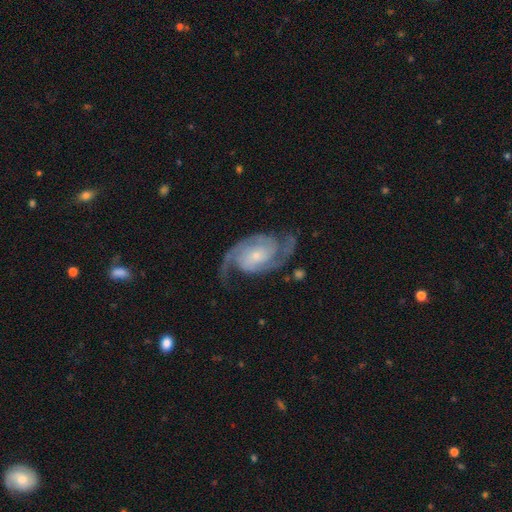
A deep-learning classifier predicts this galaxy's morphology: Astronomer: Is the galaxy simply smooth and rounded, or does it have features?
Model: featured or disk — 92%.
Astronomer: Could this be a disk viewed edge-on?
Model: no — 97%.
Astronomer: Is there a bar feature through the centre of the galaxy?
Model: no — 61%.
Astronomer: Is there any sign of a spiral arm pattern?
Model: yes — 98%.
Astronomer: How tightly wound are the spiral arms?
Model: medium — 50% (runner-up: tight, 37%).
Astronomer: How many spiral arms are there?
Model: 2 — 87%.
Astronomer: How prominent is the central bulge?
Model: small — 69%.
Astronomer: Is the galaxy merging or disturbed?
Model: none — 75%.